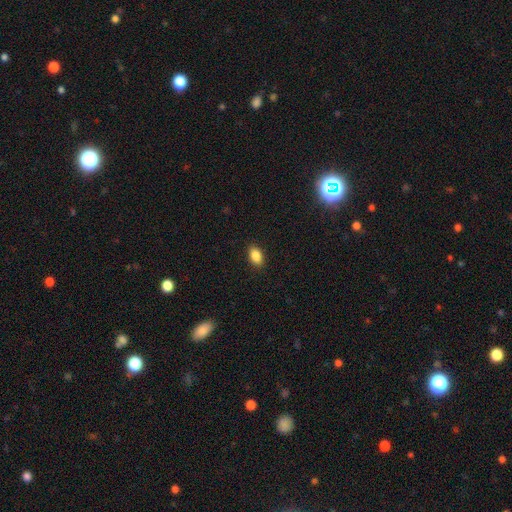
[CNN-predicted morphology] Smooth or featured?
  - smooth: 87% *
  - star or artifact: 8%
  - featured or disk: 5%
How rounded?
  - in between: 90% *
  - round: 8%
  - cigar-shaped: 2%
Merging?
  - none: 89% *
  - minor disturbance: 8%
  - major disturbance: 2%
  - merger: 1%